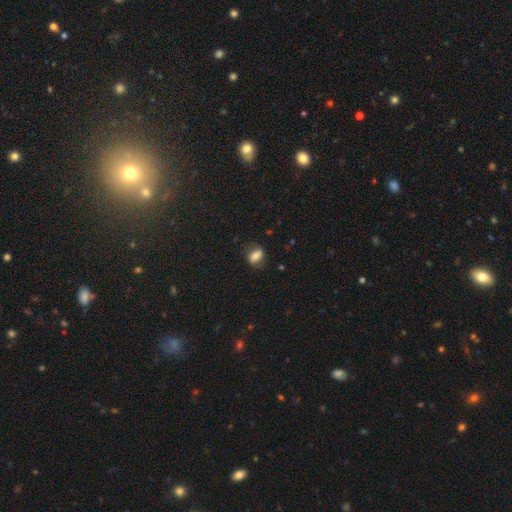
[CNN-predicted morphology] smooth_or_featured: smooth (p=0.75) [alt: featured or disk p=0.14]
how_rounded: in between (p=0.76) [alt: round p=0.16]
merging: none (p=0.74) [alt: minor disturbance p=0.18]